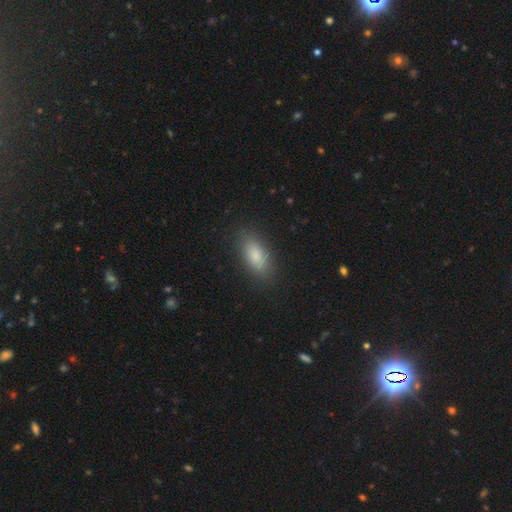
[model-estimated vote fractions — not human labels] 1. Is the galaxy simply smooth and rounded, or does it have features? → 84% smooth, 9% featured or disk, 7% star or artifact.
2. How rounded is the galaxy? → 84% in between, 12% cigar-shaped, 3% round.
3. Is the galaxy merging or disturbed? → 86% none, 10% minor disturbance, 3% major disturbance, 1% merger.